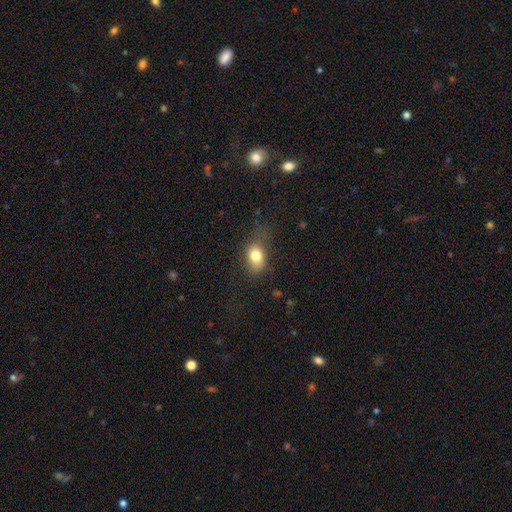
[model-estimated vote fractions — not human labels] Smooth or featured? Predicted: smooth (p=0.78). How rounded? Predicted: in between (p=0.74). Merging? Predicted: none (p=0.55).